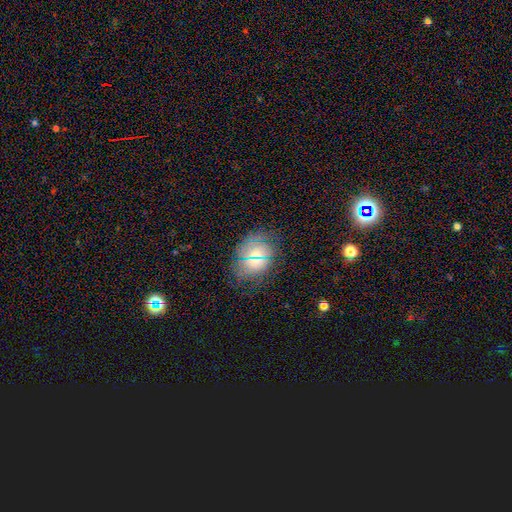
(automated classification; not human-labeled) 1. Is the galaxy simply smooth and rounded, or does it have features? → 63% smooth, 20% featured or disk, 18% star or artifact.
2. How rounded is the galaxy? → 49% round (tied), 49% in between (tied), 2% cigar-shaped.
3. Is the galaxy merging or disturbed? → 76% none, 17% minor disturbance, 6% major disturbance, 2% merger.